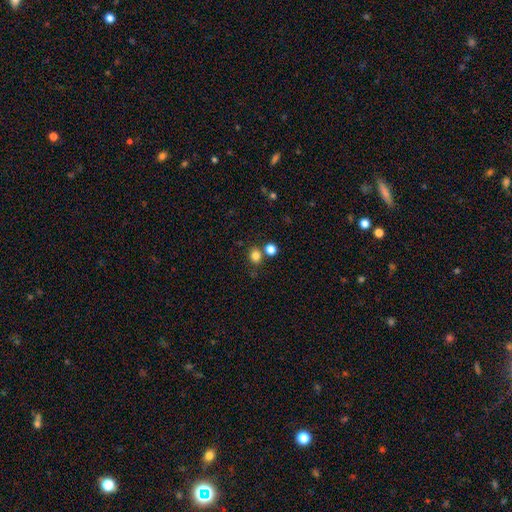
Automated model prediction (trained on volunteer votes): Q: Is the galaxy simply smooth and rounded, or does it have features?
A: smooth — 81%.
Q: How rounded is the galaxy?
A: round — 71%.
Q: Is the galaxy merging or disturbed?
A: none — 71%.